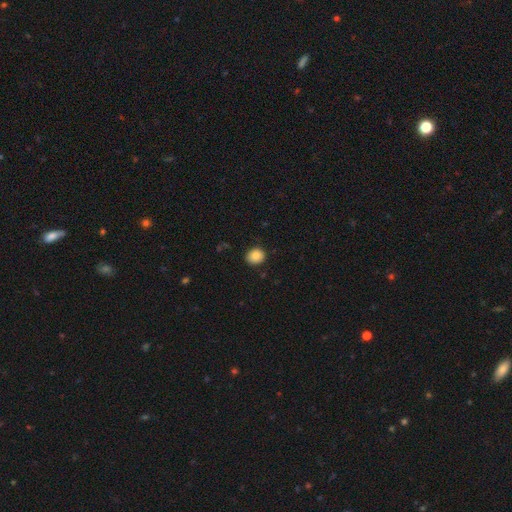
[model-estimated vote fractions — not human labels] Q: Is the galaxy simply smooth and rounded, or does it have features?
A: smooth — 84%.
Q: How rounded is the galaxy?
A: round — 74%.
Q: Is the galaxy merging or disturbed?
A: none — 88%.